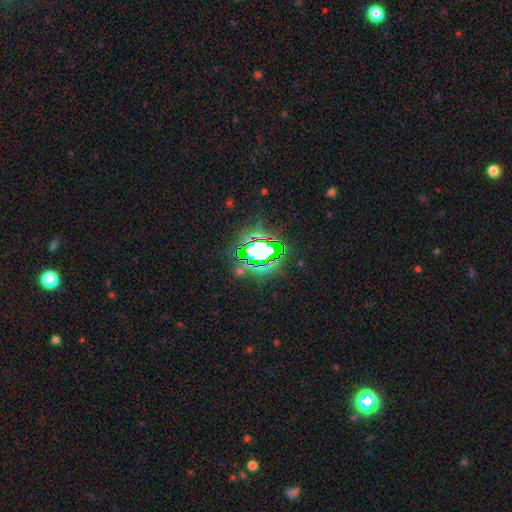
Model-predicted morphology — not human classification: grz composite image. It shows a star or artifact, not a galaxy (71%).